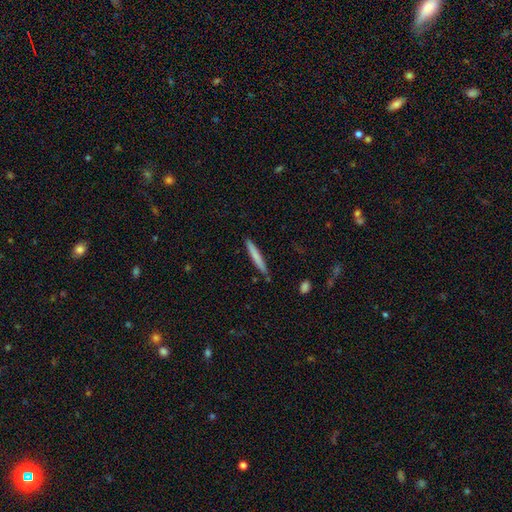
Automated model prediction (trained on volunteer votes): A smooth galaxy with no disk features (73%) that is cigar-shaped (96%). Merging: none (86%).